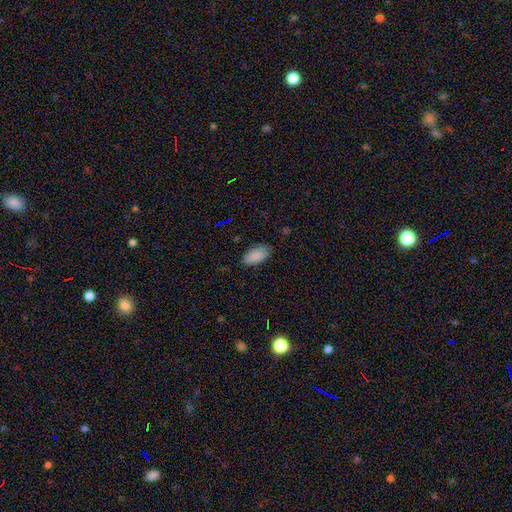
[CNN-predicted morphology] Smooth or featured?
  - smooth: 87% *
  - star or artifact: 8%
  - featured or disk: 5%
How rounded?
  - in between: 94% *
  - round: 3%
  - cigar-shaped: 3%
Merging?
  - none: 79% *
  - minor disturbance: 16%
  - major disturbance: 3%
  - merger: 1%